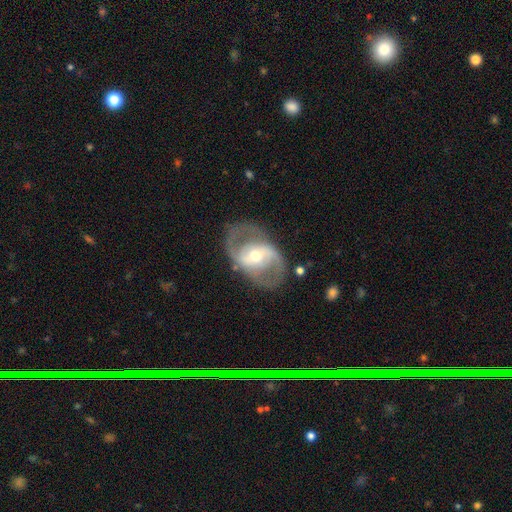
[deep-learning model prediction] featured or disk 82%, smooth 13%, star or artifact 5%. Down the decision tree: edge-on disk — no (95%); bar — weak (36%); spiral arms — yes (80%); spiral arm count — 2 (87%); spiral winding — medium (49%); bulge size — moderate (59%); merging — none (76%).